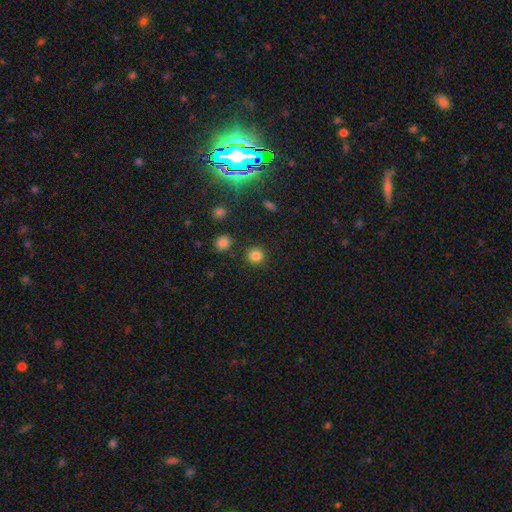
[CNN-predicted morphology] Smooth or featured? Predicted: smooth (p=0.82). How rounded? Predicted: round (p=0.92). Merging? Predicted: none (p=0.89).